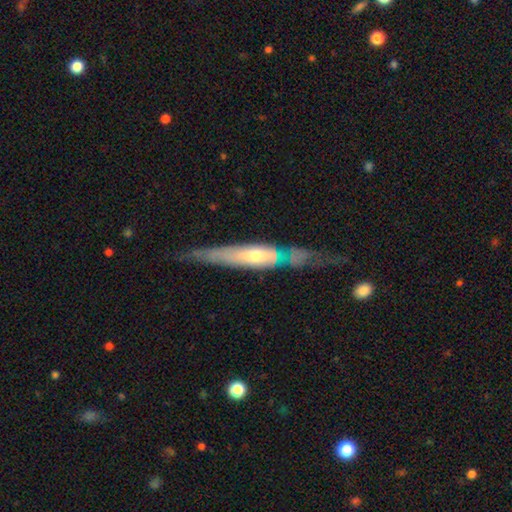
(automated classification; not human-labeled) A featured or disk galaxy (59%) viewed edge-on (66%). Merging: none (40%).